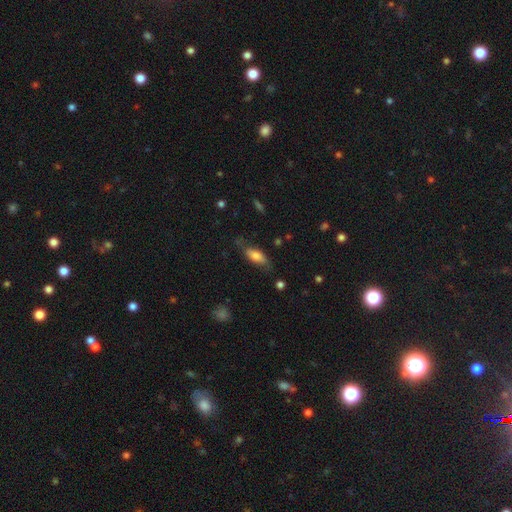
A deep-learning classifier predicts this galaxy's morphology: Smooth or featured: smooth — 67% (featured or disk — 25%)
How rounded: in between — 76% (cigar-shaped — 21%)
Merging: none — 63% (minor disturbance — 26%)